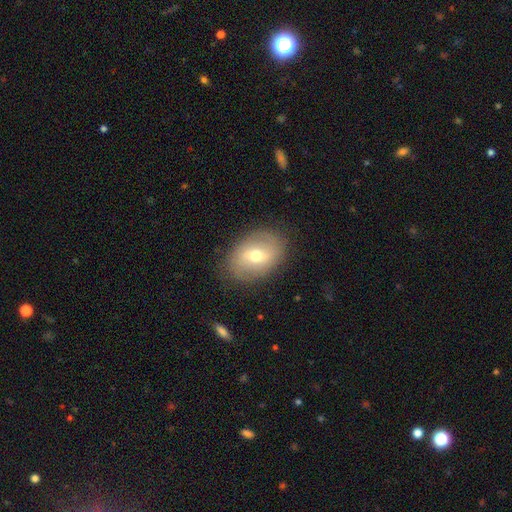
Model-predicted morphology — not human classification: Smooth or featured: smooth — 50% (featured or disk — 42%)
Merging: none — 83% (minor disturbance — 12%)